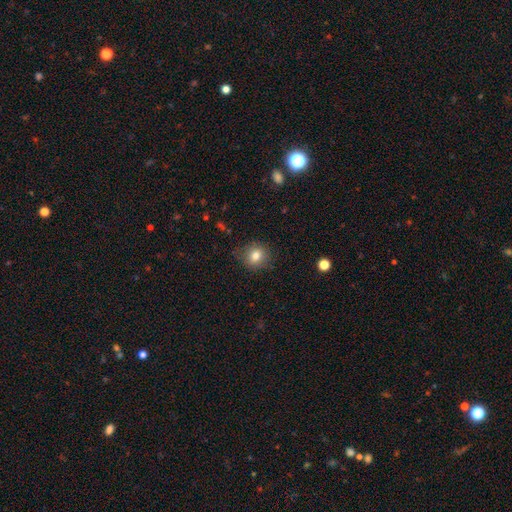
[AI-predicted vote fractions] Smooth or featured? smooth (80%)
How rounded? round (82%)
Merging? none (82%)